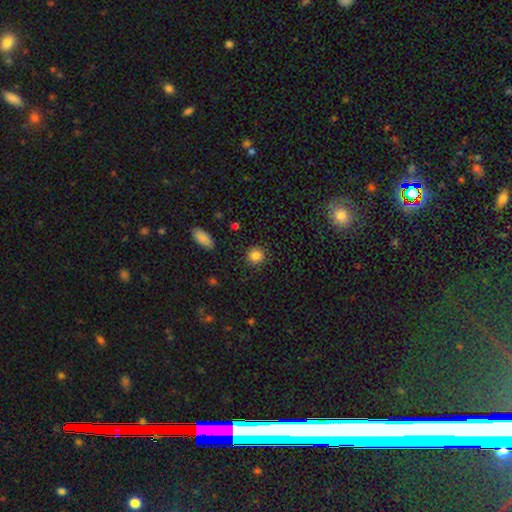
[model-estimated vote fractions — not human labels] smooth 85%, star or artifact 11%, featured or disk 5%. Down the decision tree: how rounded — round (90%); merging — none (90%).